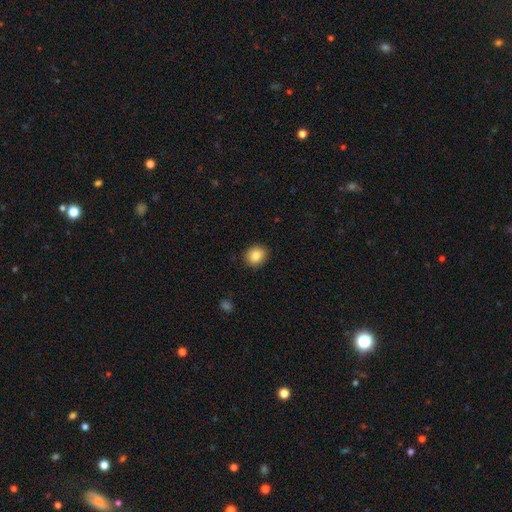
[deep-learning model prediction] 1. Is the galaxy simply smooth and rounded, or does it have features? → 85% smooth, 9% star or artifact, 6% featured or disk.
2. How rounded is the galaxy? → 73% round, 26% in between, 1% cigar-shaped.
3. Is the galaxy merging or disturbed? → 90% none, 7% minor disturbance, 2% major disturbance, 1% merger.